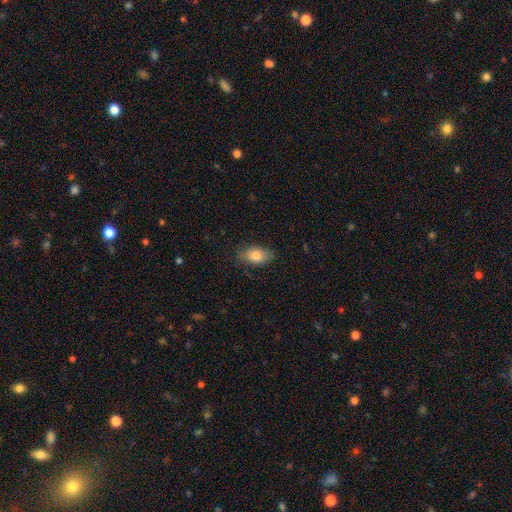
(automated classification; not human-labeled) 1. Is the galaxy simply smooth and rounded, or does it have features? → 82% smooth, 11% featured or disk, 8% star or artifact.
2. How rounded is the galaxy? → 89% in between, 8% round, 3% cigar-shaped.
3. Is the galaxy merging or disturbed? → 81% none, 15% minor disturbance, 3% major disturbance, 1% merger.